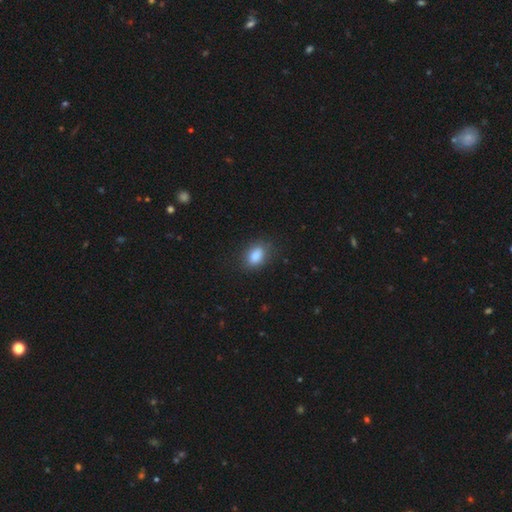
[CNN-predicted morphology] The model was most divided on "merging": none: 80%, minor disturbance: 15%, major disturbance: 4%, merger: 1%. More confident: smooth or featured — smooth (87%); how rounded — in between (84%).